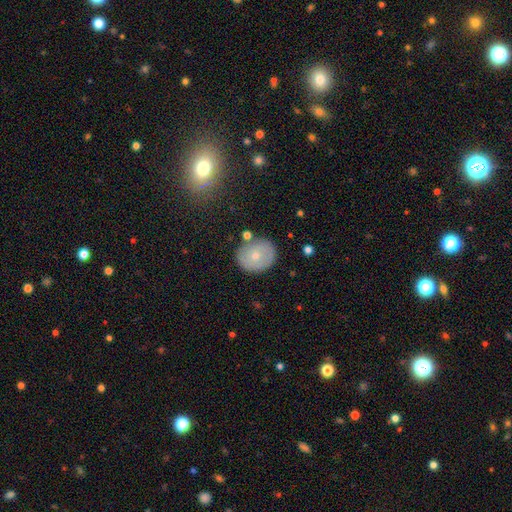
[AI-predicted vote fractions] Q: Smooth or featured?
A: smooth (66%); runner-up: featured or disk (25%)
Q: How rounded?
A: round (65%); runner-up: in between (34%)
Q: Merging?
A: none (79%); runner-up: minor disturbance (13%)